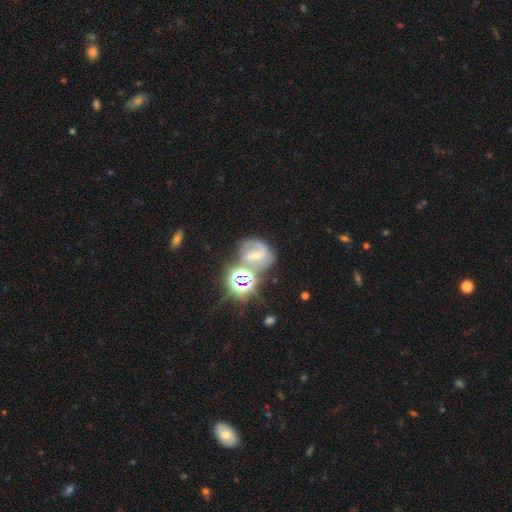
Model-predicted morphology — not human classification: This is possibly a featured or disk galaxy (58%). It is clearly not viewed edge-on (97%). Bar: marginally weak (44%). Spiral arm pattern: clearly yes (87%). Central bulge: possibly small (55%). Merging: possibly none (54%).